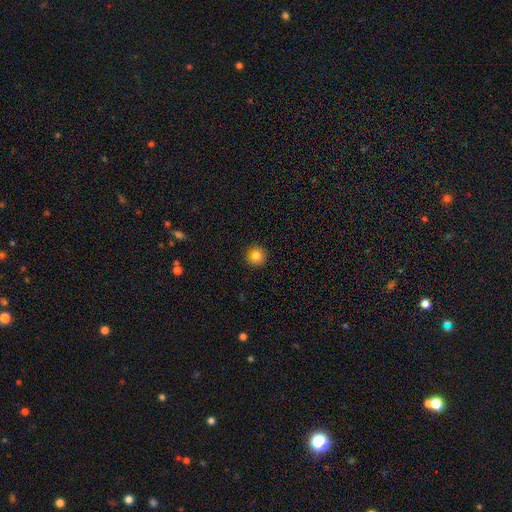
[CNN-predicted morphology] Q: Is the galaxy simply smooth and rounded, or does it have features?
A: smooth — 84%.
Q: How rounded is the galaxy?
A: round — 93%.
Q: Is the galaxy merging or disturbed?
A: none — 89%.